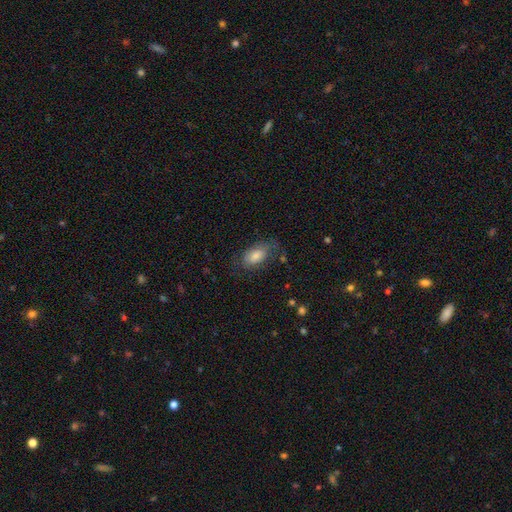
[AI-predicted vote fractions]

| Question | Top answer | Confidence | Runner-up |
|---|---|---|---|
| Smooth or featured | smooth | 68% | featured or disk (22%) |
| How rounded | in between | 89% | round (6%) |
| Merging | none | 65% | minor disturbance (22%) |